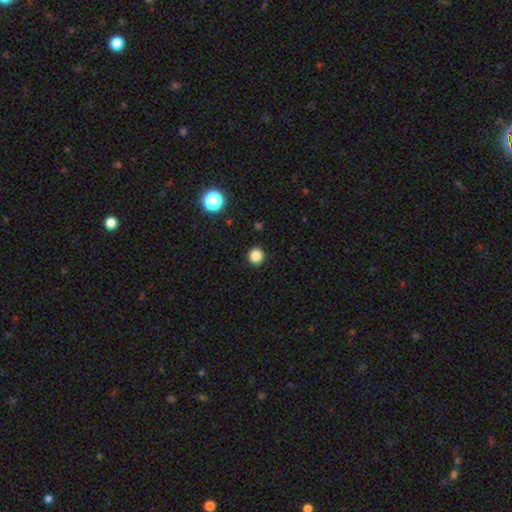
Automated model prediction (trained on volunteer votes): Morphology: type=smooth (85%); roundness=round (94%); merging=none (93%).